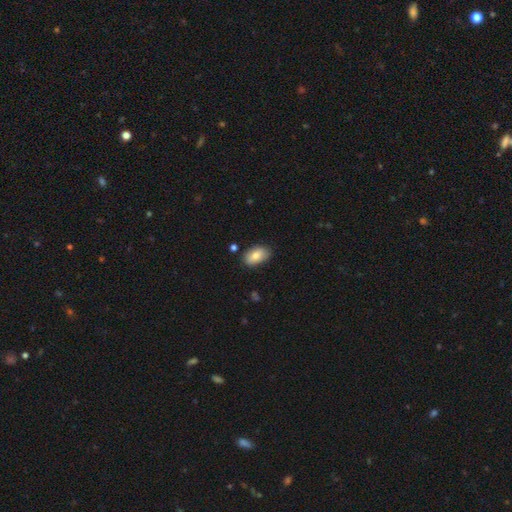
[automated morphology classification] A smooth galaxy with no disk features (80%) that is in between round and cigar-shaped (93%).

Vote fractions:
- Smooth or featured? smooth: 80% / featured or disk: 13% / star or artifact: 7%
- How rounded? in between: 93% / round: 6% / cigar-shaped: 2%
- Merging? none: 81% / minor disturbance: 14% / major disturbance: 3% / merger: 2%